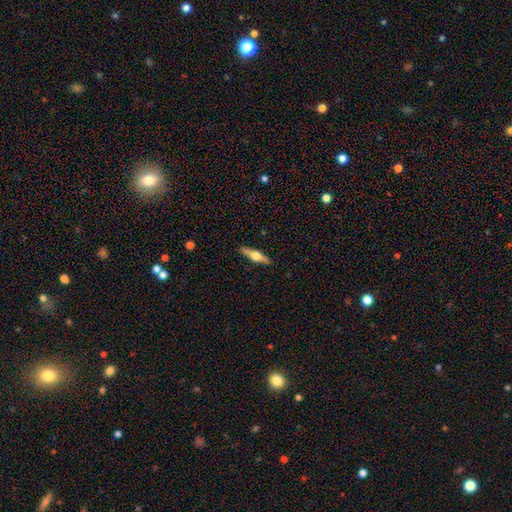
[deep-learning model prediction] smooth-or-featured: featured or disk: 66% | smooth: 29% | star or artifact: 5%
  disk-edge-on: yes: 97% | no: 3%
    edge-on-bulge: rounded: 95% | boxy: 3% | none: 2%
  merging: none: 90% | minor disturbance: 7% | major disturbance: 2% | merger: 1%